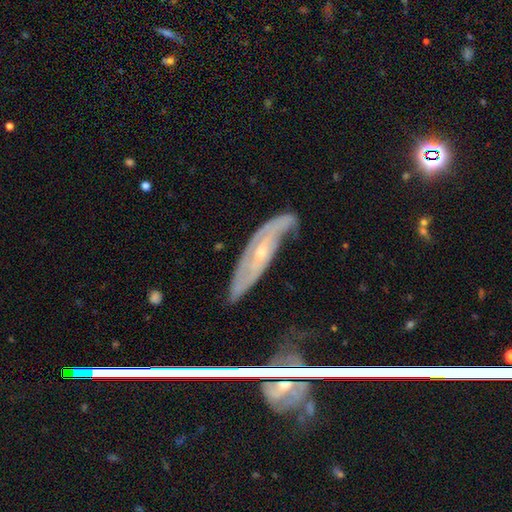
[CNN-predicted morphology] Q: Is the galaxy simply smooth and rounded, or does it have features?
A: featured or disk — 71%.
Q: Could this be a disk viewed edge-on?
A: no — 69%.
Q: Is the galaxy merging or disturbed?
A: none — 64%.